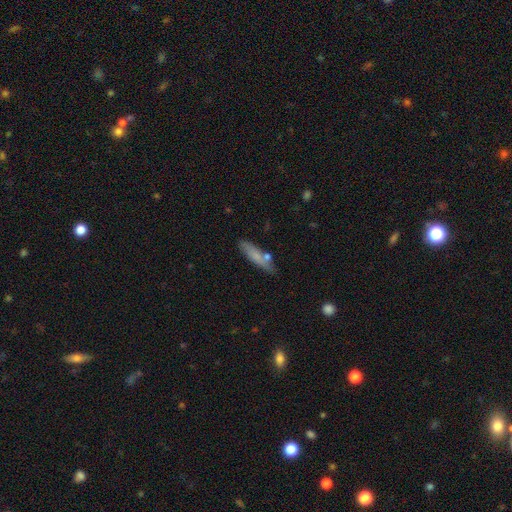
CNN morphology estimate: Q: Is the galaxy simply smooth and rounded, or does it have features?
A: smooth — 71%.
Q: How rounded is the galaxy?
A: cigar-shaped — 75%.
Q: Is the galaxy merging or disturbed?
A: none — 71%.